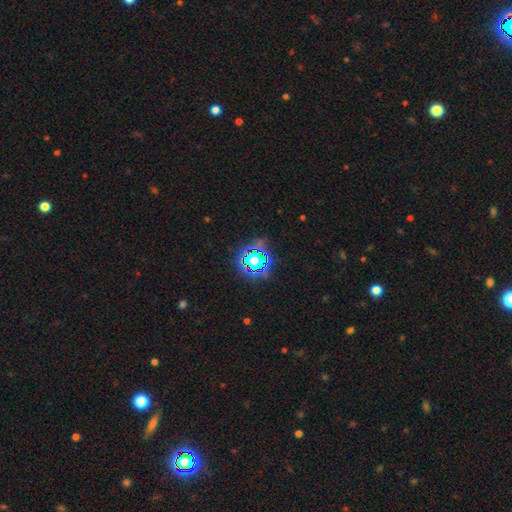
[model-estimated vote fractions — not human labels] A star or artifact, not a galaxy (78%).

Vote fractions:
- Smooth or featured? star or artifact: 78% / smooth: 14% / featured or disk: 8%